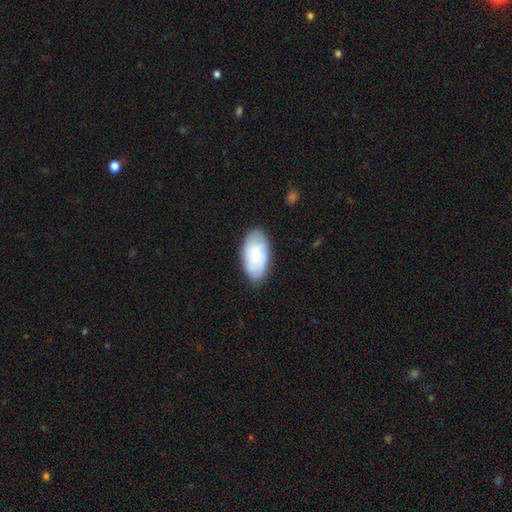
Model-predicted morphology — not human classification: Smooth or featured? Predicted: smooth (p=0.55). How rounded? Predicted: in between (p=0.94). Merging? Predicted: none (p=0.81).